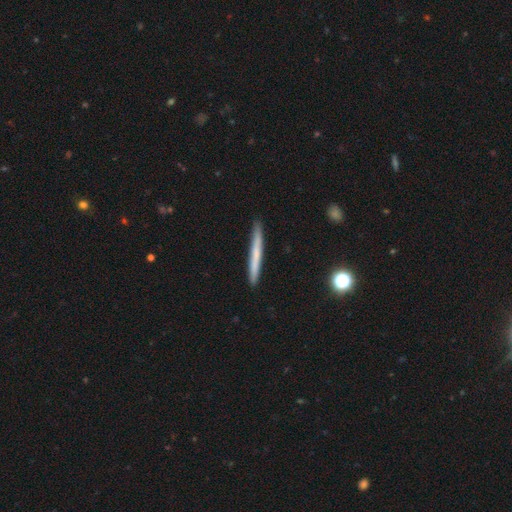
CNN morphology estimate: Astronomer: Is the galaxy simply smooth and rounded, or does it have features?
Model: smooth — 61%.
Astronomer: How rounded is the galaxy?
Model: cigar-shaped — 97%.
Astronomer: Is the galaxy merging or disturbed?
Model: none — 90%.